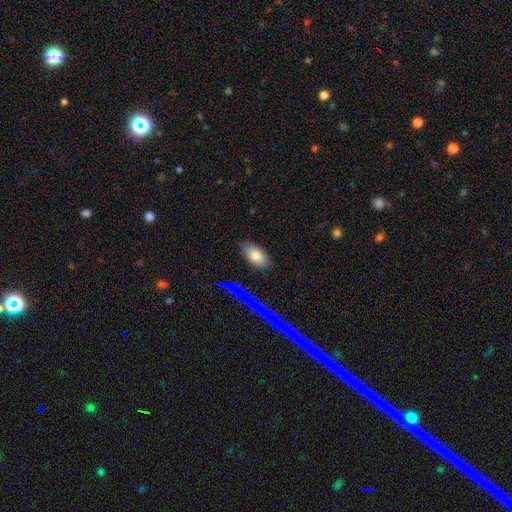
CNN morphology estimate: Smooth or featured? smooth (80%)
How rounded? in between (92%)
Merging? none (83%)